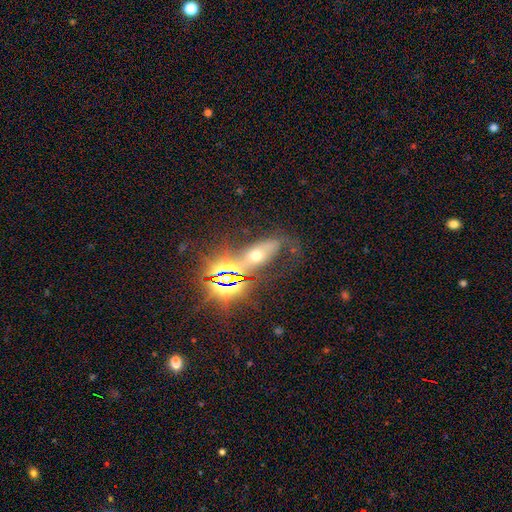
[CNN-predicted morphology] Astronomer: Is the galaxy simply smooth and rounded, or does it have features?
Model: featured or disk — 41% (runner-up: smooth, 33%).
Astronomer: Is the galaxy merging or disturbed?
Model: none — 52%.